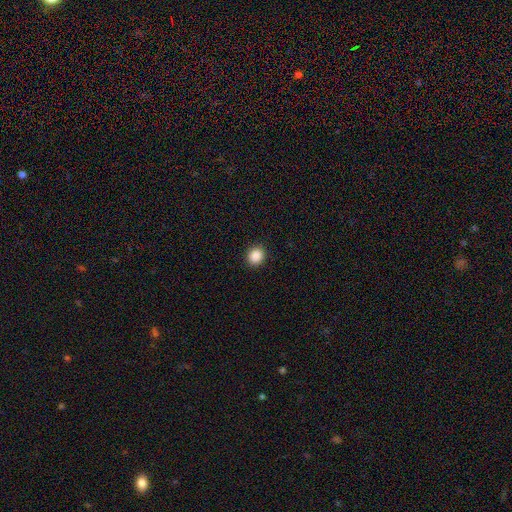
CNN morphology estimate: The model was most divided on "how rounded": round: 79%, in between: 20%, cigar-shaped: 1%. More confident: merging — none (92%); smooth or featured — smooth (88%).